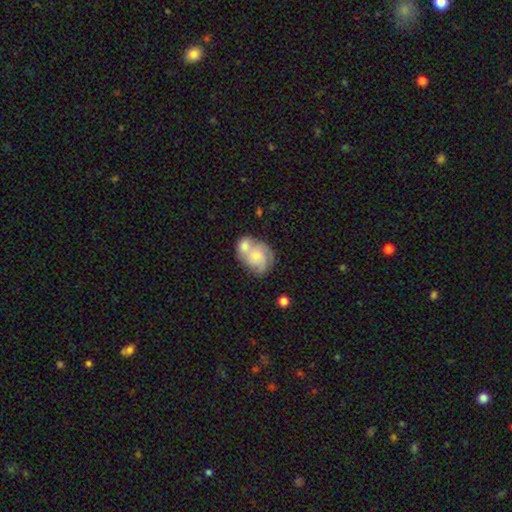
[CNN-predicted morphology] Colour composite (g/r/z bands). It shows a featured or disk galaxy (57%) with no bar (75%), spiral arms (82%) and a small central bulge (42%). Merging: merger (55%).